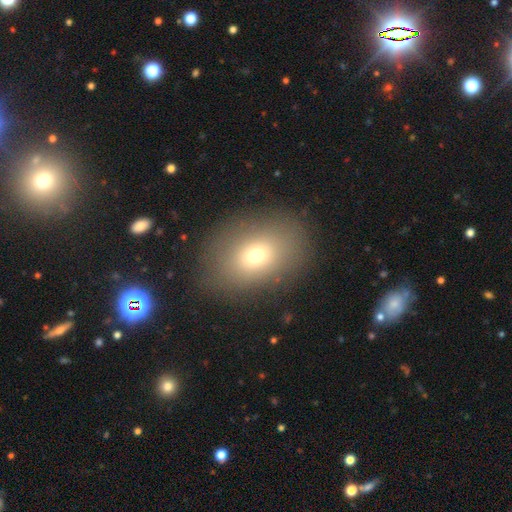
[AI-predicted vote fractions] smooth 71%, featured or disk 15%, star or artifact 14%. Down the decision tree: how rounded — in between (70%); merging — none (82%).